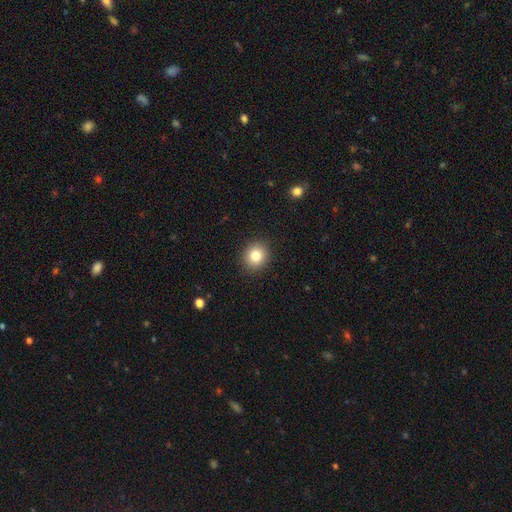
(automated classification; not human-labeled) Smooth or featured? Predicted: smooth (p=0.82). How rounded? Predicted: round (p=0.81). Merging? Predicted: none (p=0.91).